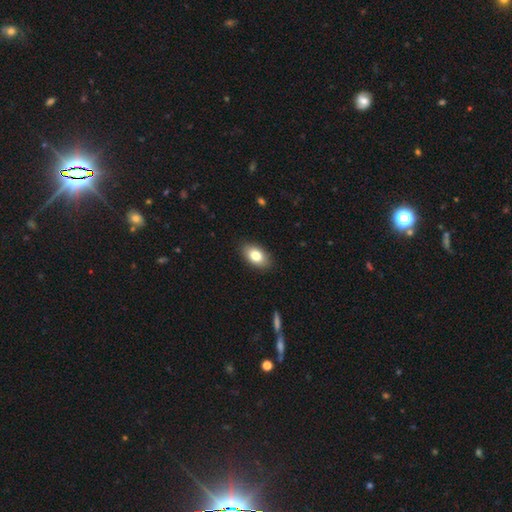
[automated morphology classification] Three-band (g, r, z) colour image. It shows a smooth galaxy with no disk features (81%) that is in between round and cigar-shaped (91%). Merging: none (88%).